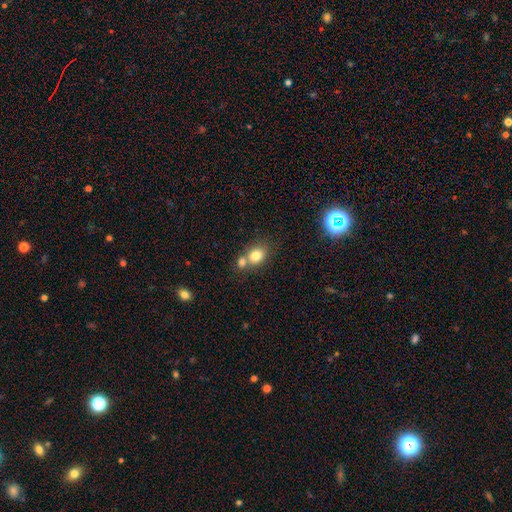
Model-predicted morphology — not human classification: Q: Smooth or featured?
A: smooth (80%); runner-up: star or artifact (11%)
Q: How rounded?
A: round (56%); runner-up: in between (43%)
Q: Merging?
A: merger (44%); tied with: none (44%)